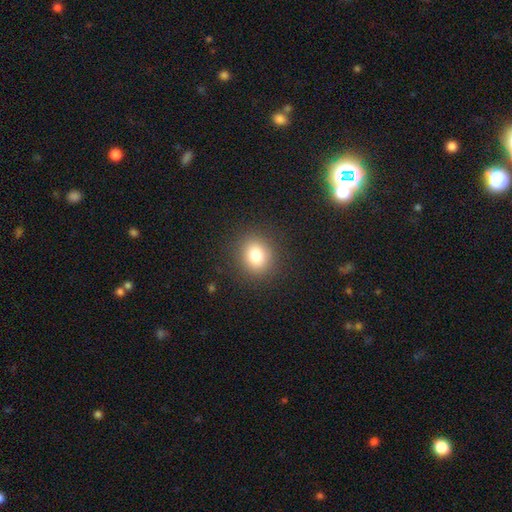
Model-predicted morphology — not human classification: type=smooth (81%); roundness=round (72%); merging=none (89%).